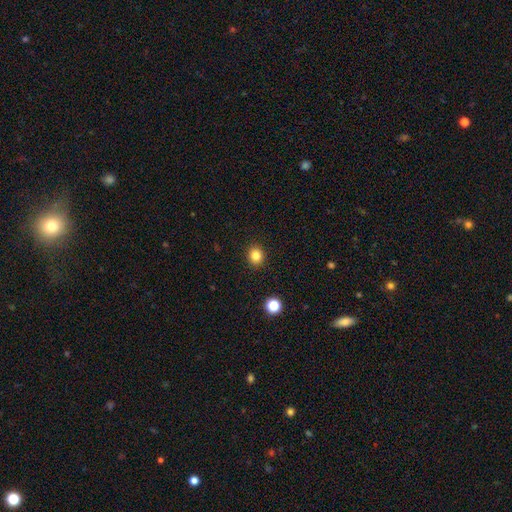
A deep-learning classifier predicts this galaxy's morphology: smooth_or_featured: smooth (p=0.83) [alt: star or artifact p=0.12]
how_rounded: round (p=0.79) [alt: in between p=0.21]
merging: none (p=0.92) [alt: minor disturbance p=0.05]